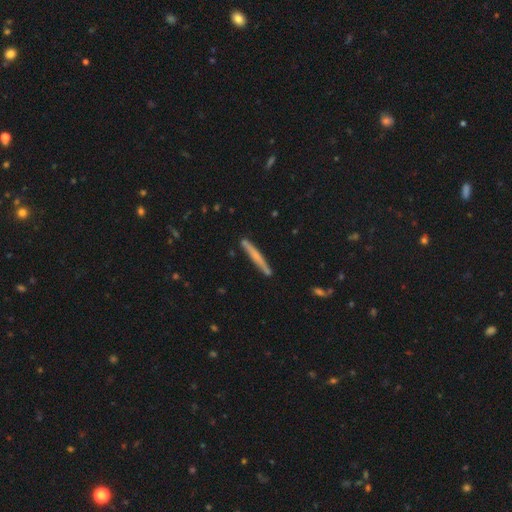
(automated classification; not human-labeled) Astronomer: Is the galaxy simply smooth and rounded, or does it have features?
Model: smooth — 56% (runner-up: featured or disk, 37%).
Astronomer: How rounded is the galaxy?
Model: cigar-shaped — 97%.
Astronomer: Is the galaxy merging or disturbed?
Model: none — 87%.